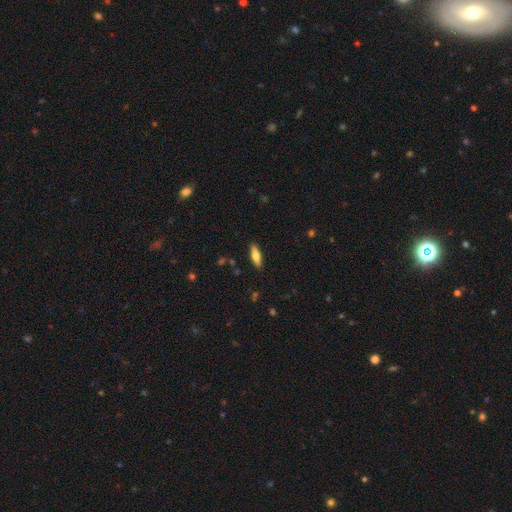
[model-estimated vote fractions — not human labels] Smooth or featured? smooth (66%)
How rounded? in between (52%)
Merging? none (88%)